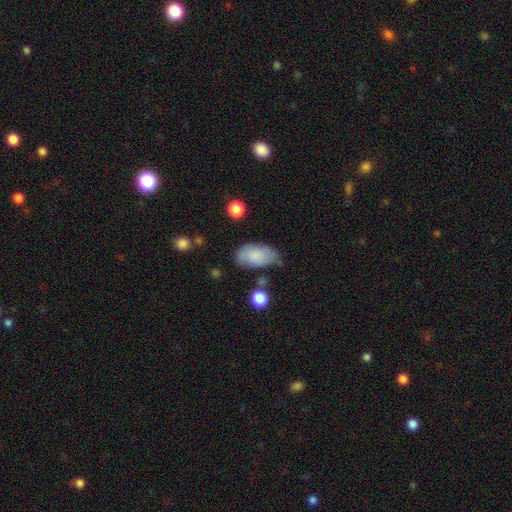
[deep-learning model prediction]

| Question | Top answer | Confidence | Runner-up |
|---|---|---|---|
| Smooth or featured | smooth | 75% | featured or disk (18%) |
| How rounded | in between | 94% | round (4%) |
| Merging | none | 63% | minor disturbance (26%) |